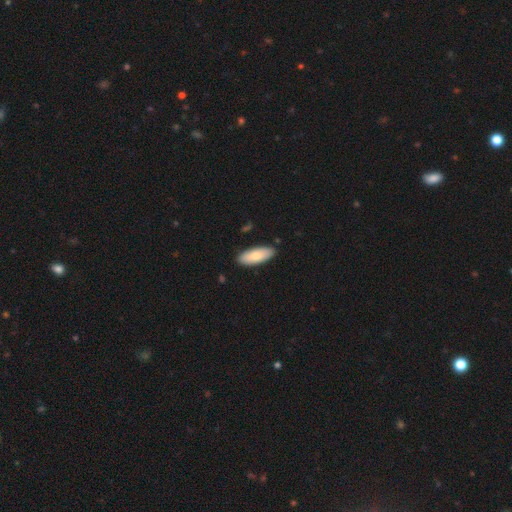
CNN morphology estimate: The model was most divided on "how rounded": in between: 79%, cigar-shaped: 20%, round: 2%. More confident: merging — none (88%); smooth or featured — smooth (78%).